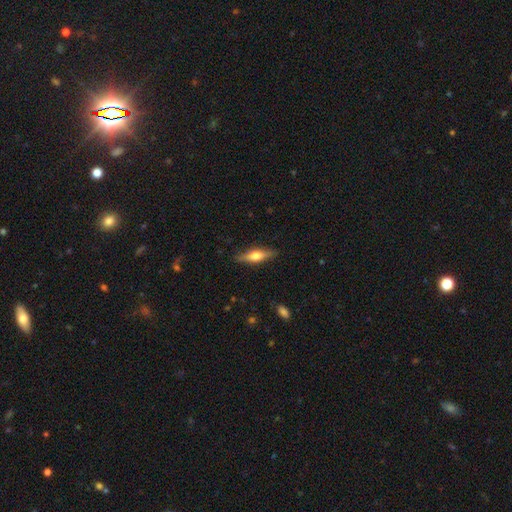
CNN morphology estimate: Smooth or featured? Predicted: featured or disk (p=0.53). Edge-on disk? Predicted: yes (p=0.94). Merging? Predicted: none (p=0.86).